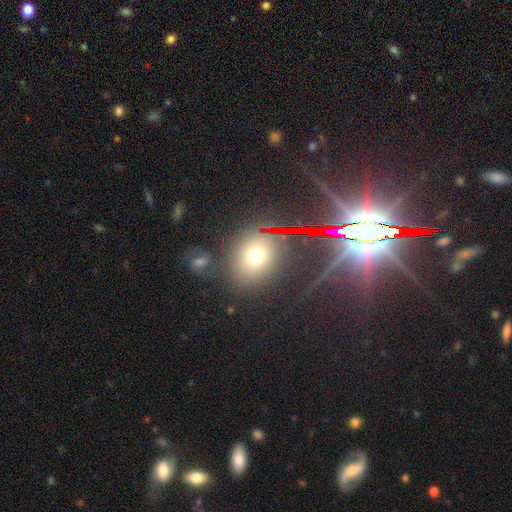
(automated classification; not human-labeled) smooth 66%, star or artifact 22%, featured or disk 11%. Down the decision tree: how rounded — round (68%); merging — none (80%).